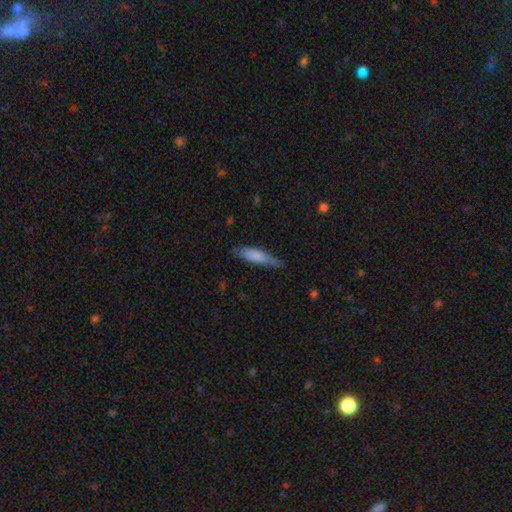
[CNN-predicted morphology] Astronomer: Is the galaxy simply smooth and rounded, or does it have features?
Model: smooth — 74%.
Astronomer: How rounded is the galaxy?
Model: cigar-shaped — 71%.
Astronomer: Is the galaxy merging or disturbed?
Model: none — 66%.